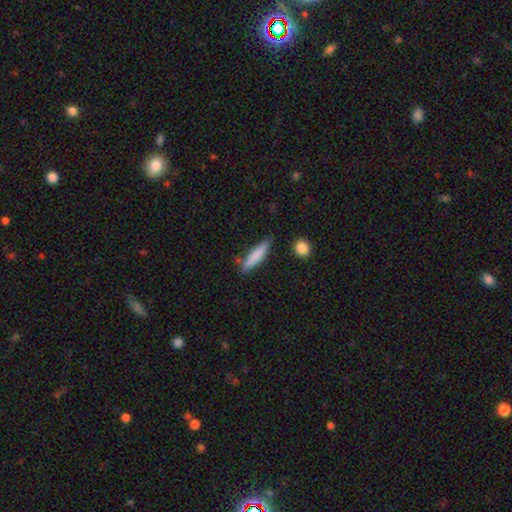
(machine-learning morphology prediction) smooth_or_featured: smooth (p=0.78) [alt: featured or disk p=0.16]
how_rounded: cigar-shaped (p=0.84) [alt: in between p=0.14]
merging: none (p=0.80) [alt: minor disturbance p=0.14]